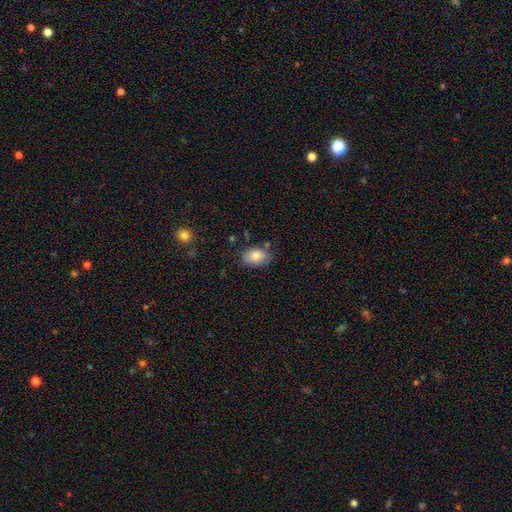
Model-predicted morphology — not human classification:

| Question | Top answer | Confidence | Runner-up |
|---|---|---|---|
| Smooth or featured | smooth | 85% | featured or disk (8%) |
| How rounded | in between | 83% | round (16%) |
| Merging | none | 74% | minor disturbance (18%) |